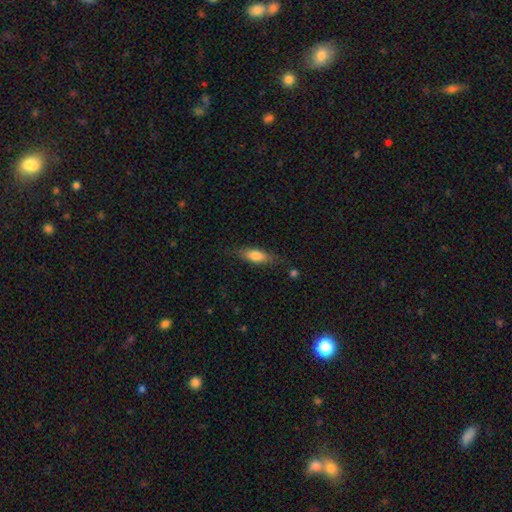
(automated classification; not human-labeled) Smooth or featured? Predicted: smooth (p=0.74). How rounded? Predicted: in between (p=0.60). Merging? Predicted: none (p=0.75).